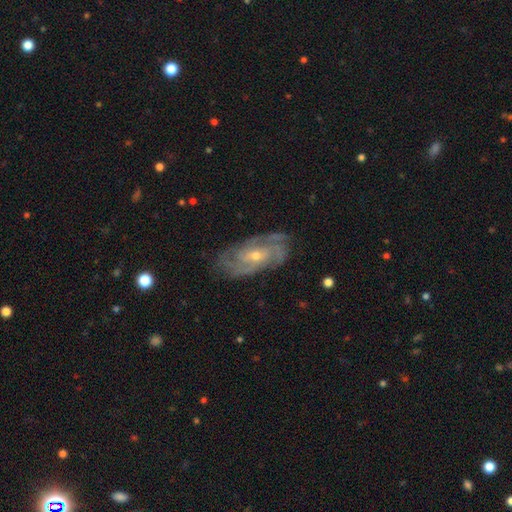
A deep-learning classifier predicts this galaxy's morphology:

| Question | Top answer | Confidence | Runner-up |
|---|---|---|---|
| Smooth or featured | featured or disk | 88% | smooth (7%) |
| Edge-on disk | no | 95% | yes (5%) |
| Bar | no | 58% | weak (33%) |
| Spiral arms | yes | 96% | no (4%) |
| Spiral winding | tight | 56% | medium (36%) |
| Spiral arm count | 3 | 29% | 2 (25%) |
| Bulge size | small | 60% | moderate (38%) |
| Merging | none | 77% | minor disturbance (17%) |